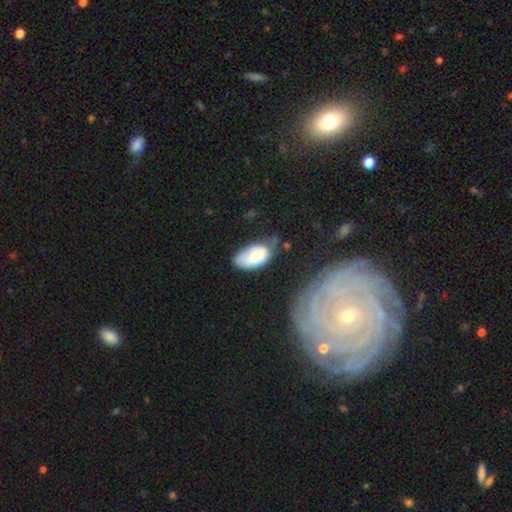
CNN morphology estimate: A smooth galaxy with no disk features (71%) that is in between round and cigar-shaped (94%).

Vote fractions:
- Smooth or featured? smooth: 71% / featured or disk: 21% / star or artifact: 7%
- How rounded? in between: 94% / round: 3% / cigar-shaped: 3%
- Merging? none: 42% / minor disturbance: 38% / major disturbance: 14% / merger: 6%